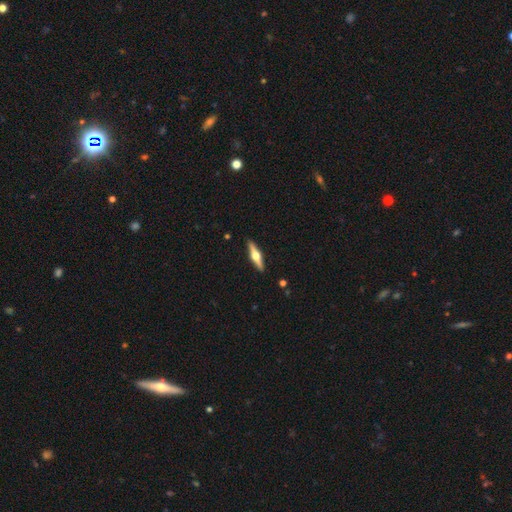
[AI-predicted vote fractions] featured or disk 70%, smooth 25%, star or artifact 5%. Down the decision tree: edge-on disk — yes (97%); edge-on bulge — rounded (96%); merging — none (91%).